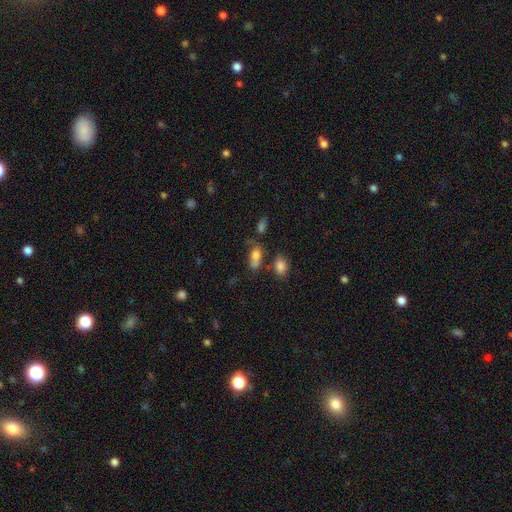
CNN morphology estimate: Overall: smooth (77%). How rounded: in between (84%). Merging: none (46%; minor disturbance 22%).